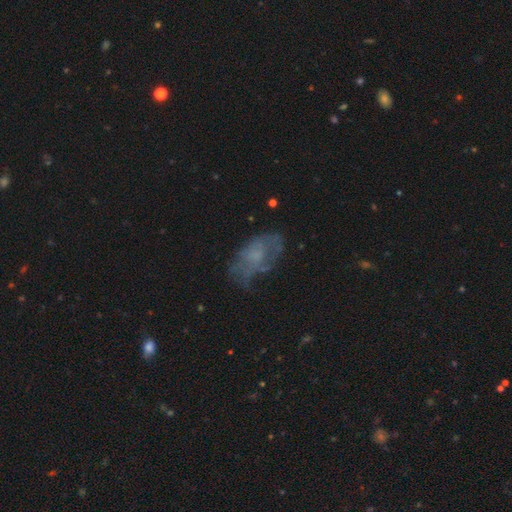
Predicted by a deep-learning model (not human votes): Overall: featured or disk (47%; smooth 39%). Merging: none (54%; minor disturbance 24%).